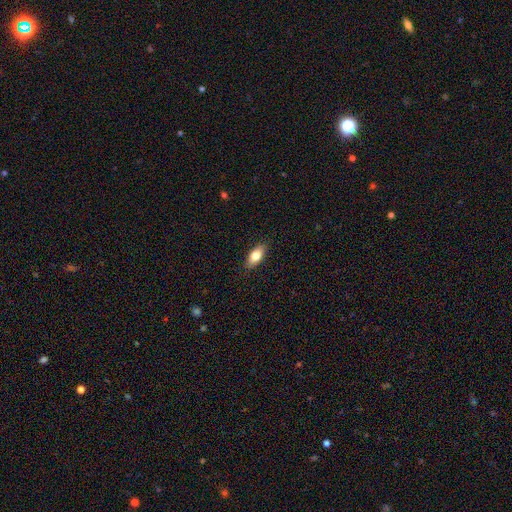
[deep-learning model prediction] Q: Smooth or featured?
A: smooth (76%); runner-up: featured or disk (17%)
Q: How rounded?
A: in between (85%); runner-up: cigar-shaped (11%)
Q: Merging?
A: none (88%); runner-up: minor disturbance (9%)